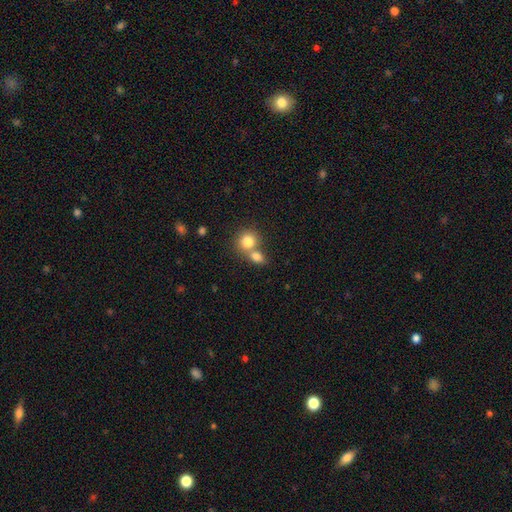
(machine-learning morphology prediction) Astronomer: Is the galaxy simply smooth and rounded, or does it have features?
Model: smooth — 79%.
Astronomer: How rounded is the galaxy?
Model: round — 66%.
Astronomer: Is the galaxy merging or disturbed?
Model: merger — 54% (runner-up: none, 37%).